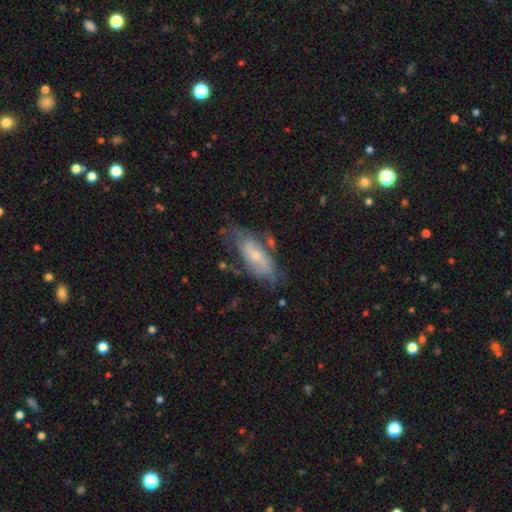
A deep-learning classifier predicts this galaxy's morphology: A featured or disk galaxy (62%) with no bar (57%), spiral arms (73%) and a small central bulge (61%).

Vote fractions:
- Smooth or featured? featured or disk: 62% / smooth: 31% / star or artifact: 7%
- Edge-on disk? no: 87% / yes: 13%
- Bar? no: 57% / weak: 32% / strong: 11%
- Spiral arms? yes: 73% / no: 27%
- Bulge size? small: 61% / moderate: 33% / none: 3% / large: 2% / dominant: 1%
- Merging? none: 50% / minor disturbance: 28% / major disturbance: 16% / merger: 6%